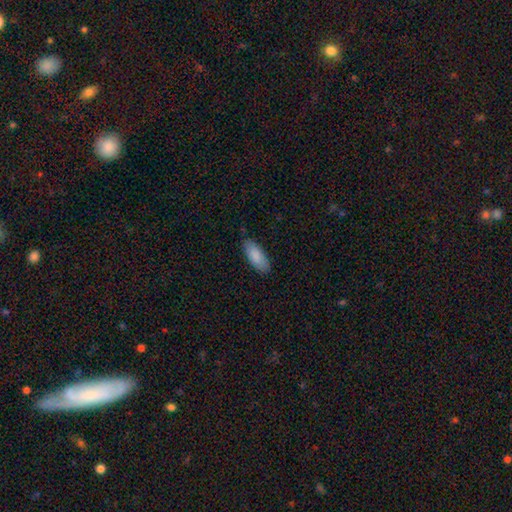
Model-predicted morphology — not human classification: Smooth or featured?
  - smooth: 88% *
  - featured or disk: 7%
  - star or artifact: 5%
How rounded?
  - in between: 81% *
  - cigar-shaped: 17%
  - round: 1%
Merging?
  - none: 84% *
  - minor disturbance: 12%
  - major disturbance: 2%
  - merger: 1%